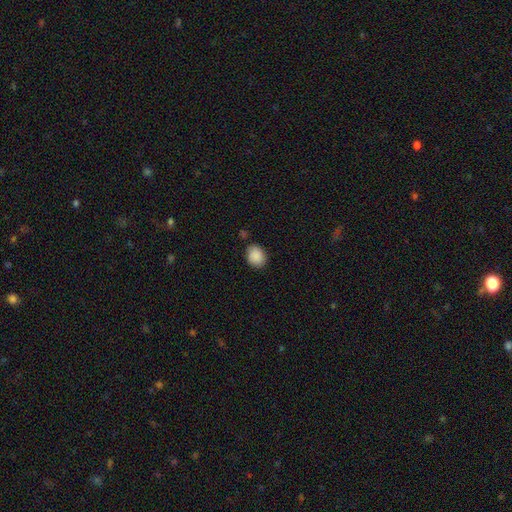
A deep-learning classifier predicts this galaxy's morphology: Smooth or featured: smooth — 89% (star or artifact — 8%)
How rounded: in between — 54% (round — 45%)
Merging: none — 80% (minor disturbance — 15%)